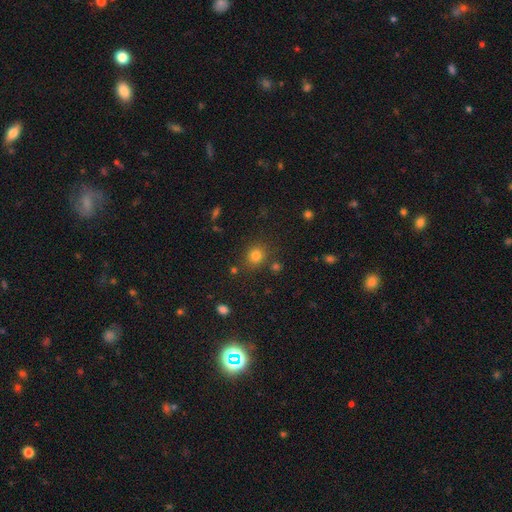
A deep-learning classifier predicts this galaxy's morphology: Smooth or featured: smooth — 78% (star or artifact — 15%)
How rounded: round — 78% (in between — 21%)
Merging: none — 80% (minor disturbance — 10%)